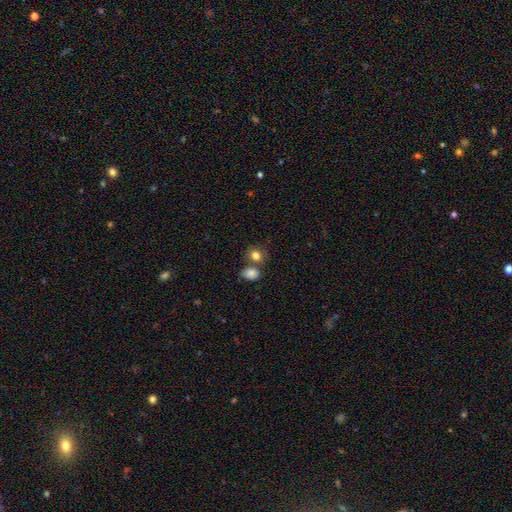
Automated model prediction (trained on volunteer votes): The model was most divided on "merging": none: 54%, merger: 30%, minor disturbance: 12%, major disturbance: 4%. More confident: smooth or featured — smooth (82%); how rounded — round (65%).